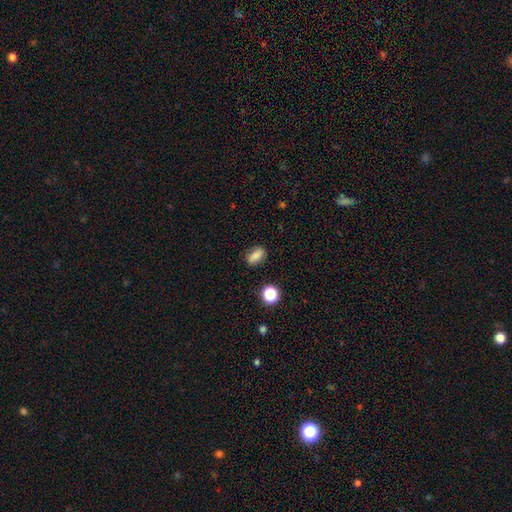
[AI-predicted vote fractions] A smooth galaxy with no disk features (79%) that is in between round and cigar-shaped (76%). Merging: none (82%).